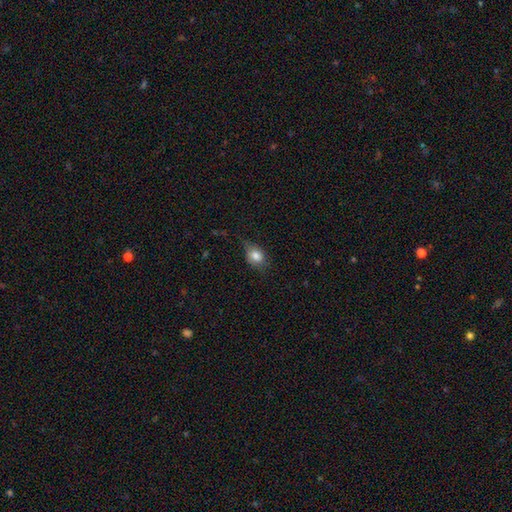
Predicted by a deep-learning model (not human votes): smooth_or_featured: smooth (p=0.79) [alt: featured or disk p=0.12]
how_rounded: in between (p=0.55) [alt: round p=0.43]
merging: none (p=0.57) [alt: minor disturbance p=0.31]